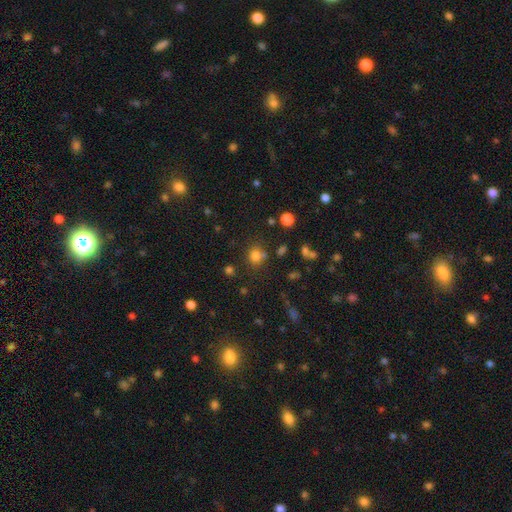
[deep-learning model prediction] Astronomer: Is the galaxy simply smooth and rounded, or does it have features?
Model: smooth — 75%.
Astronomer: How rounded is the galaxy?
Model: round — 77%.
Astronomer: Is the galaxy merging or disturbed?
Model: none — 67%.